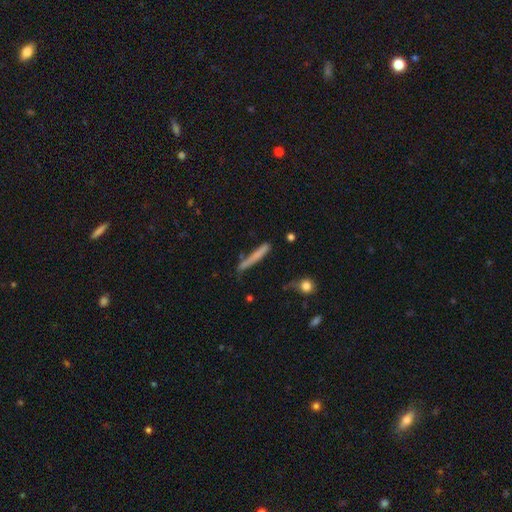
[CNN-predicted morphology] This appears to be a smooth galaxy with no disk features (60%) that is cigar-shaped (95%). Merging: none (69%).